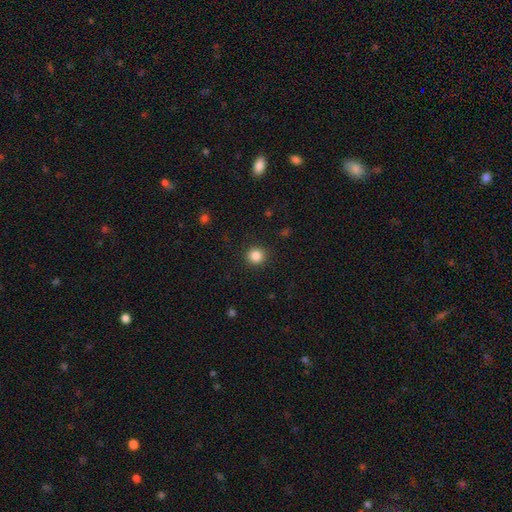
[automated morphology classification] Smooth or featured? smooth (85%)
How rounded? round (93%)
Merging? none (91%)